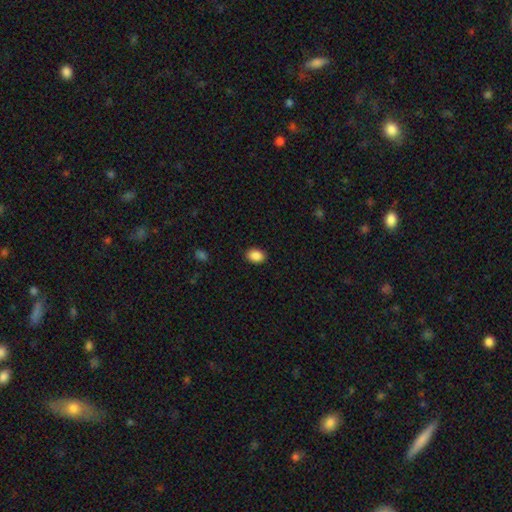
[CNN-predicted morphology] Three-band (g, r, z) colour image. It shows a smooth galaxy with no disk features (89%) that is in between round and cigar-shaped (70%). Merging: none (90%).